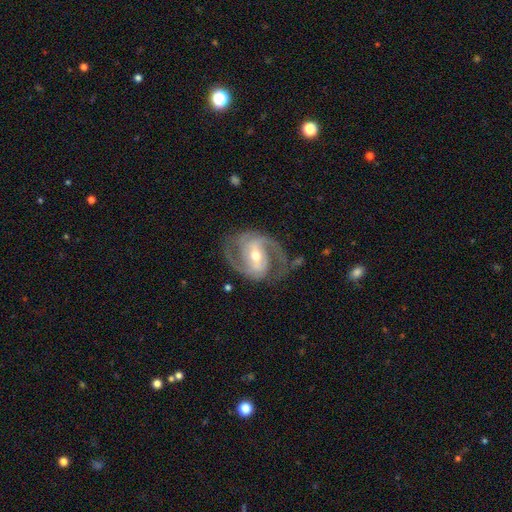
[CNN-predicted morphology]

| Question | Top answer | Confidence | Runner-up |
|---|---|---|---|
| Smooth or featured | featured or disk | 91% | smooth (5%) |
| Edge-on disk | no | 97% | yes (3%) |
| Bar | strong | 43% | weak (39%) |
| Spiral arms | yes | 97% | no (3%) |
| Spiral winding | medium | 55% | tight (31%) |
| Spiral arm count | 2 | 84% | 3 (7%) |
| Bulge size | moderate | 58% | small (37%) |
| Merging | none | 74% | minor disturbance (16%) |